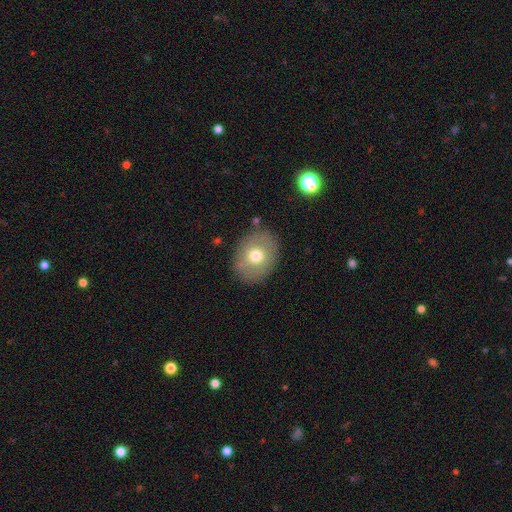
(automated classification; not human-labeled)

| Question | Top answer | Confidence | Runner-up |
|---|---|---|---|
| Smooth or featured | smooth | 65% | featured or disk (27%) |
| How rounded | round | 52% | in between (47%) |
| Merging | none | 83% | minor disturbance (11%) |